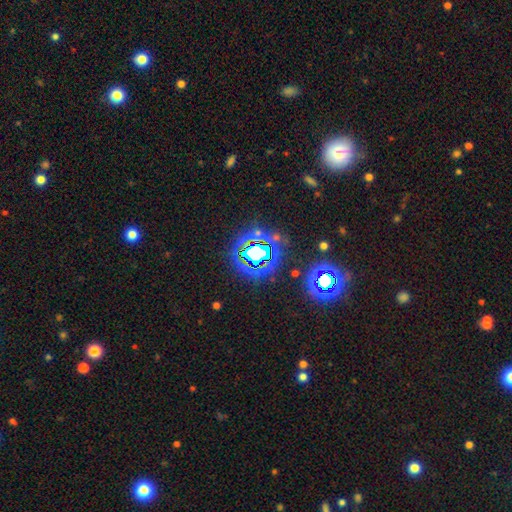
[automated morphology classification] smooth_or_featured: star or artifact (p=0.72) [alt: smooth p=0.17]